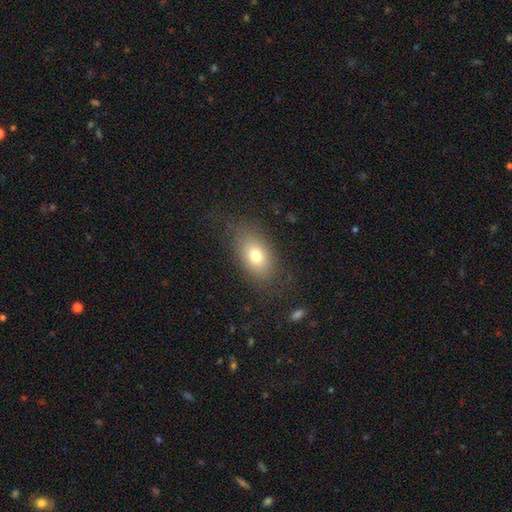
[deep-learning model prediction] smooth_or_featured: smooth (p=0.75) [alt: featured or disk p=0.15]
how_rounded: in between (p=0.85) [alt: round p=0.12]
merging: none (p=0.75) [alt: minor disturbance p=0.16]